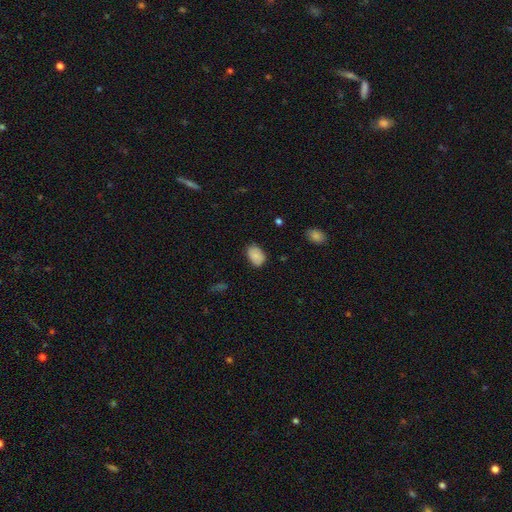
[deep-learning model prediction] This is clearly a smooth galaxy (85%). How rounded: clearly in between (83%). Merging: likely none (73%).